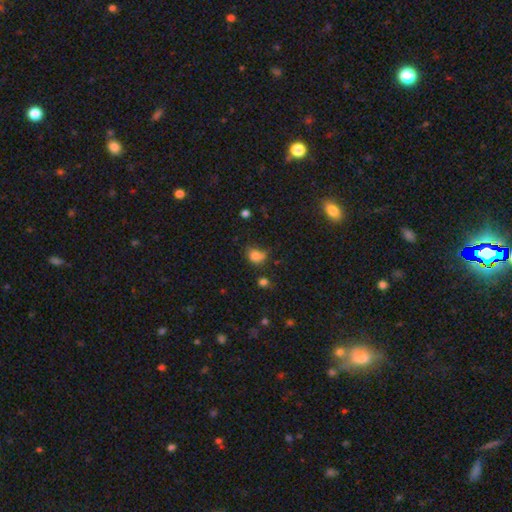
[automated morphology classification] Smooth or featured? Predicted: smooth (p=0.79). How rounded? Predicted: round (p=0.55). Merging? Predicted: none (p=0.47).